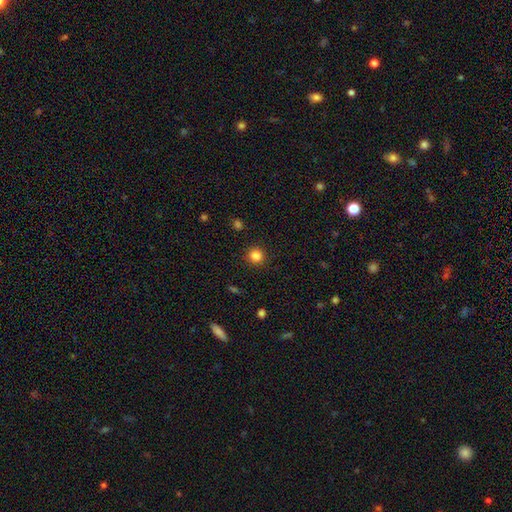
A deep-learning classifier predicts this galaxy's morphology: This appears to be a smooth galaxy with no disk features (84%) that is round (92%). Merging: none (91%).